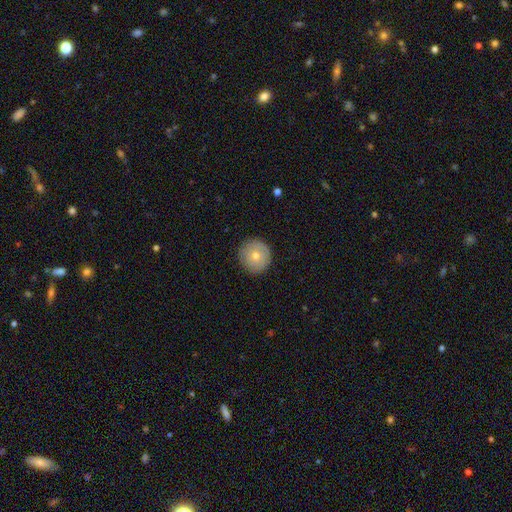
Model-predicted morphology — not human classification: The model was most divided on "smooth or featured": smooth: 68%, featured or disk: 23%, star or artifact: 9%. More confident: how rounded — round (93%); merging — none (89%).